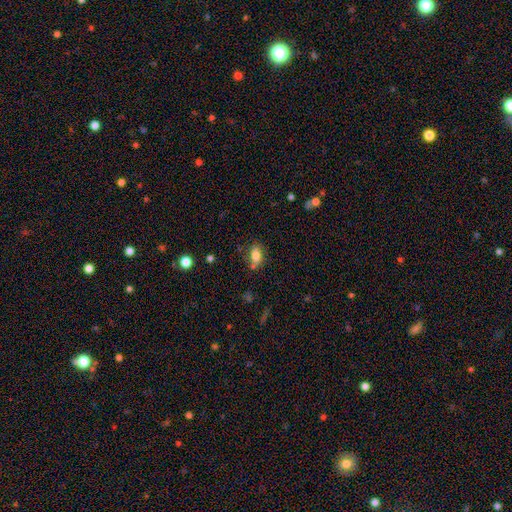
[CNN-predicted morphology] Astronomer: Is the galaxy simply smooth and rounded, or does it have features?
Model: smooth — 80%.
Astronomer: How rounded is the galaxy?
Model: in between — 85%.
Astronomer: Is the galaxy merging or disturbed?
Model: none — 72%.